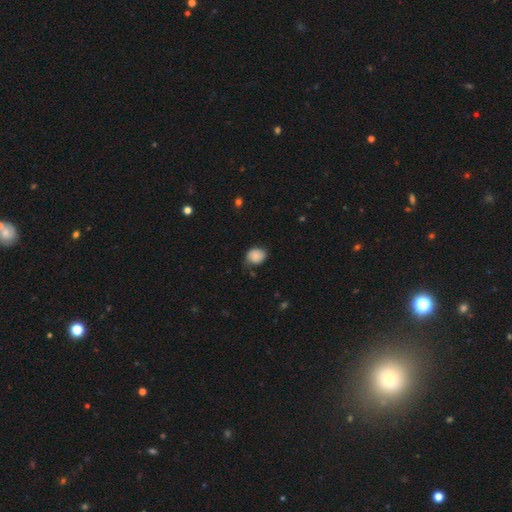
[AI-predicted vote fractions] A smooth galaxy with no disk features (81%) that is round (57%). Merging: none (65%).